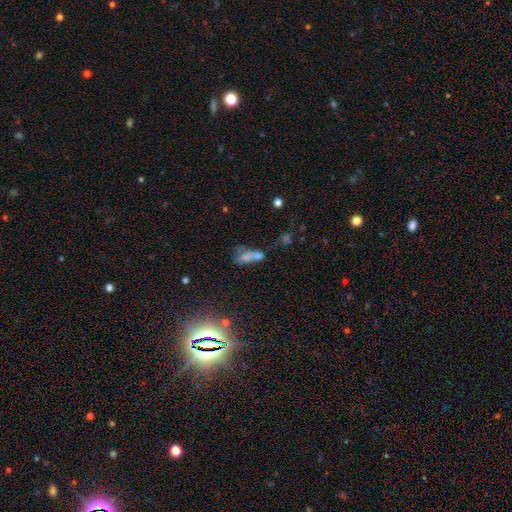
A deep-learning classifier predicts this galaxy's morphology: Smooth or featured?
  - smooth: 58% *
  - featured or disk: 22%
  - star or artifact: 21%
How rounded?
  - in between: 68% *
  - cigar-shaped: 21%
  - round: 11%
Merging?
  - merger: 49% *
  - none: 23%
  - major disturbance: 15%
  - minor disturbance: 13%